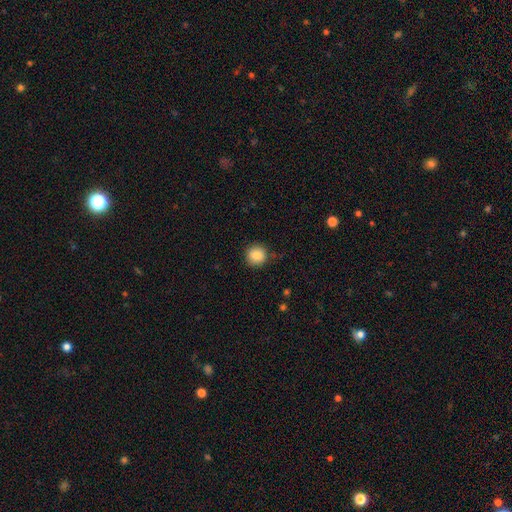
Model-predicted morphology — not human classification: smooth_or_featured: smooth (p=0.86) [alt: star or artifact p=0.09]
how_rounded: round (p=0.92) [alt: in between p=0.07]
merging: none (p=0.84) [alt: minor disturbance p=0.12]